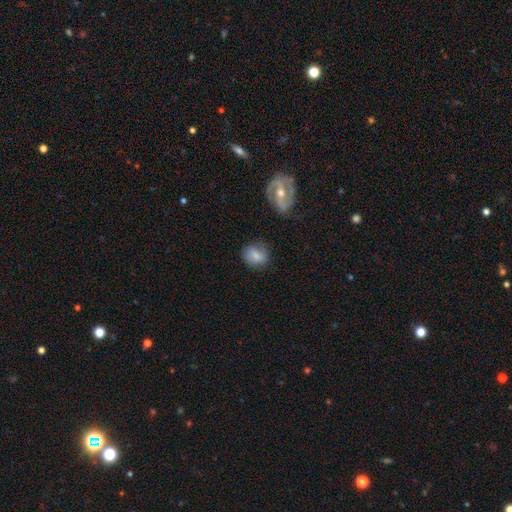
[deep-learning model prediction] The model was most divided on "how rounded": round: 60%, in between: 38%, cigar-shaped: 2%. More confident: smooth or featured — smooth (73%); merging — none (72%).